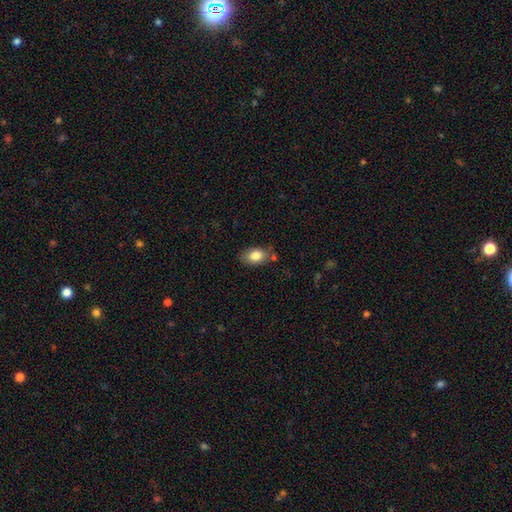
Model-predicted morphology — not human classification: Smooth or featured: smooth — 82% (featured or disk — 10%)
How rounded: in between — 85% (round — 13%)
Merging: none — 71% (minor disturbance — 19%)